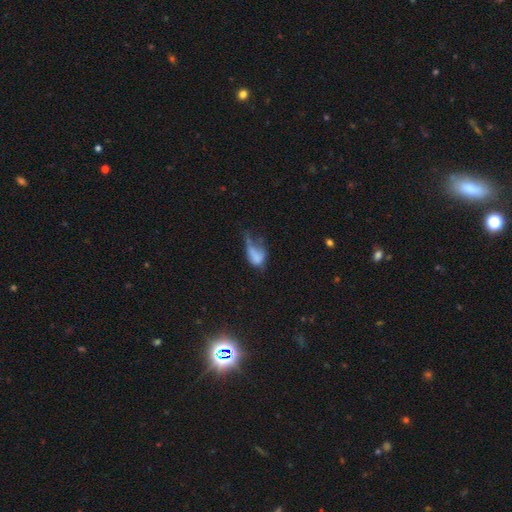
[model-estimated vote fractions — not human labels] smooth 64%, featured or disk 24%, star or artifact 12%. Down the decision tree: how rounded — in between (84%); merging — major disturbance (48%).